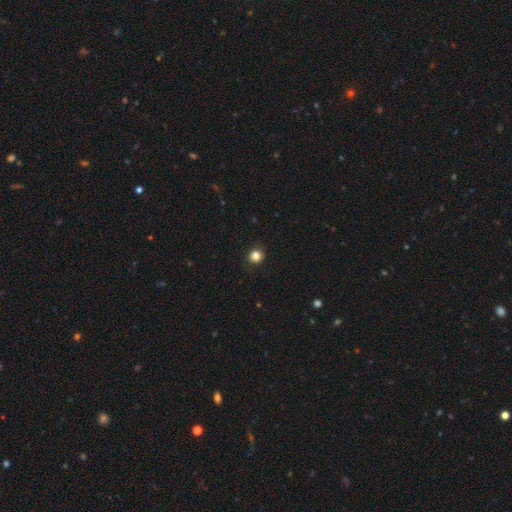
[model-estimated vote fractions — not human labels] This appears to be a smooth galaxy with no disk features (84%) that is round (84%). Merging: none (86%).